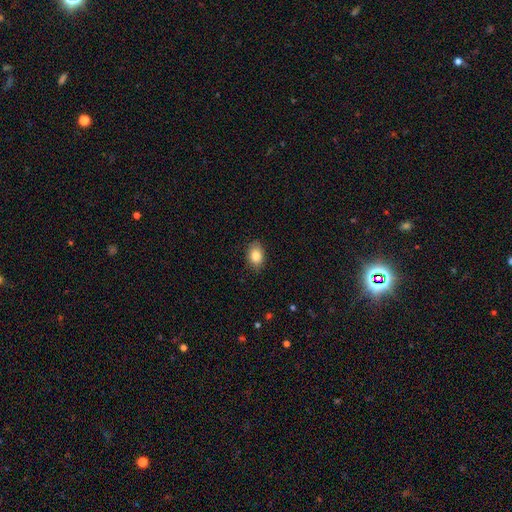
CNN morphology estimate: Smooth or featured?
  - smooth: 85% *
  - star or artifact: 8%
  - featured or disk: 7%
How rounded?
  - in between: 82% *
  - round: 17%
  - cigar-shaped: 1%
Merging?
  - none: 83% *
  - minor disturbance: 13%
  - major disturbance: 3%
  - merger: 1%